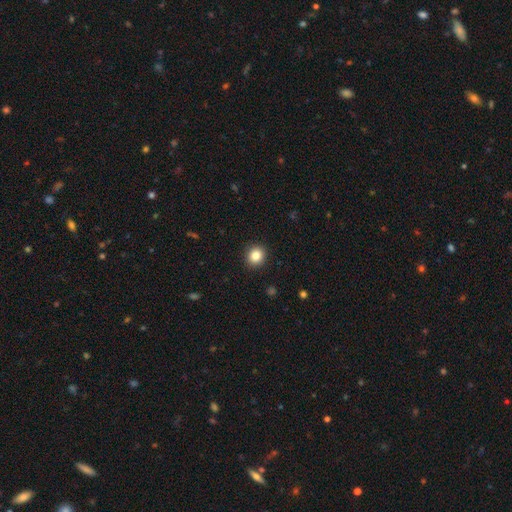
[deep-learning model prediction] Smooth or featured? Predicted: smooth (p=0.84). How rounded? Predicted: round (p=0.84). Merging? Predicted: none (p=0.92).